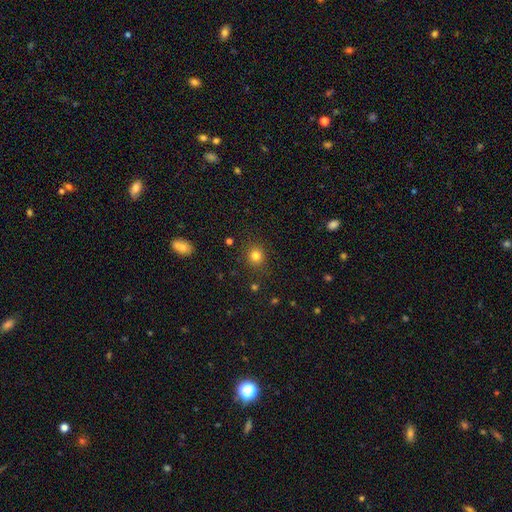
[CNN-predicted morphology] Smooth or featured?
  - smooth: 81% *
  - star or artifact: 14%
  - featured or disk: 5%
How rounded?
  - round: 87% *
  - in between: 12%
  - cigar-shaped: 1%
Merging?
  - none: 88% *
  - minor disturbance: 8%
  - major disturbance: 3%
  - merger: 2%